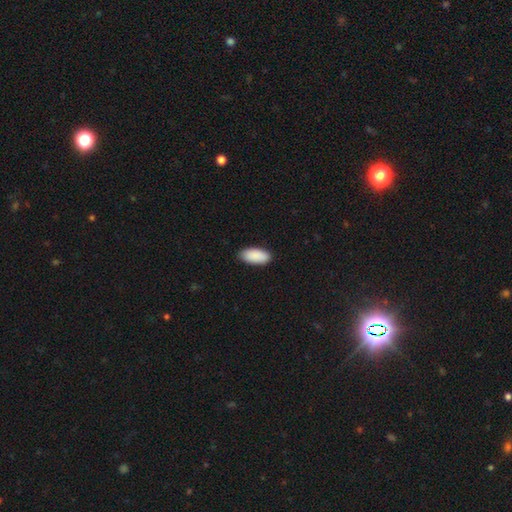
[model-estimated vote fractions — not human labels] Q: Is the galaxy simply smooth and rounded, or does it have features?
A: smooth — 91%.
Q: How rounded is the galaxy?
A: in between — 93%.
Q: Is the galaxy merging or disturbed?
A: none — 88%.